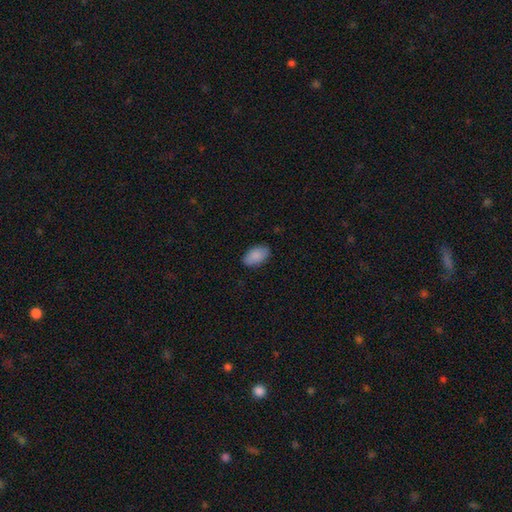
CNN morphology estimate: Smooth or featured? smooth (88%)
How rounded? in between (94%)
Merging? none (86%)